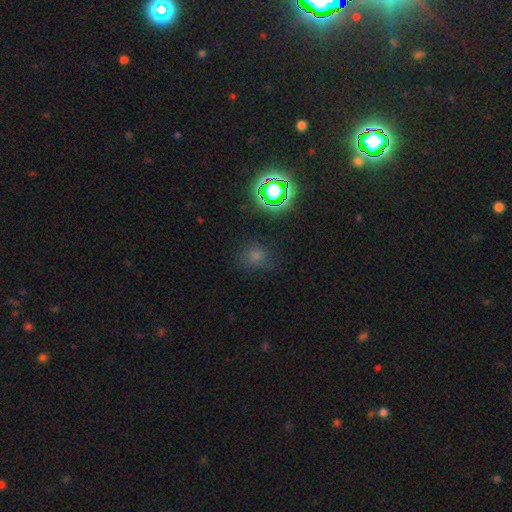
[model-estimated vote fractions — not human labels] Smooth or featured? smooth (53%)
How rounded? round (76%)
Merging? none (80%)